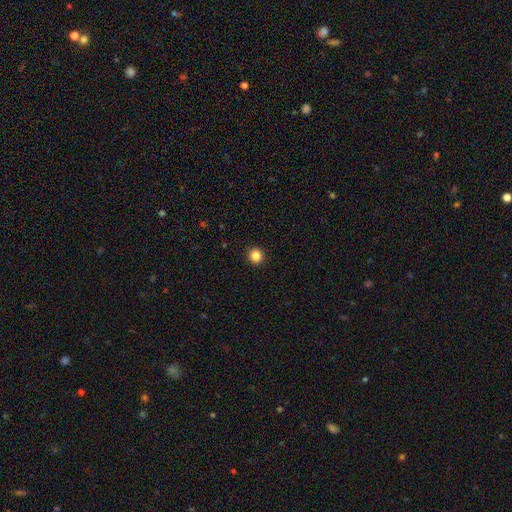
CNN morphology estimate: Smooth or featured: smooth — 86% (star or artifact — 11%)
How rounded: round — 91% (in between — 8%)
Merging: none — 93% (minor disturbance — 4%)